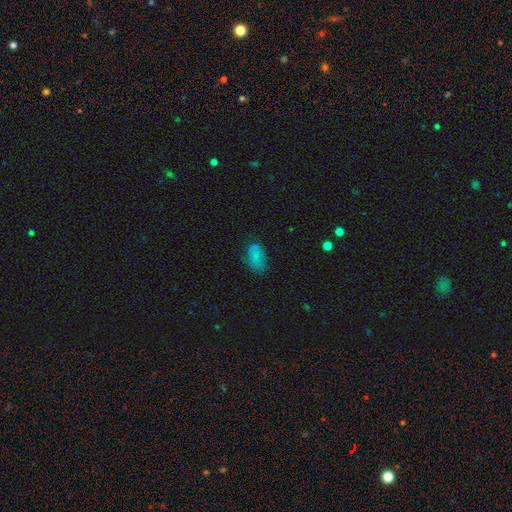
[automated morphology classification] Overall: smooth (75%). How rounded: in between (90%). Merging: none (58%; minor disturbance 28%).